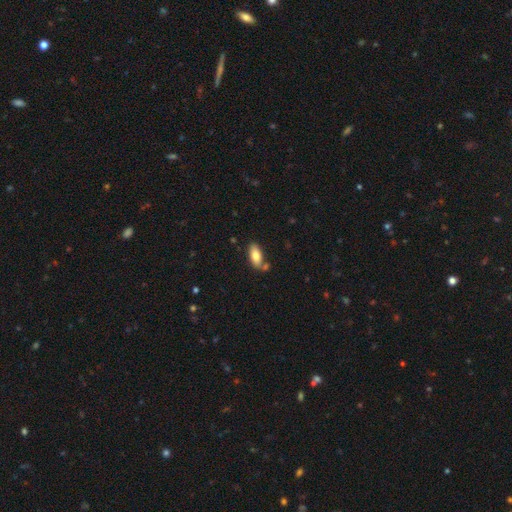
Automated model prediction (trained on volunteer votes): smooth_or_featured: smooth (p=0.78) [alt: featured or disk p=0.16]
how_rounded: in between (p=0.89) [alt: cigar-shaped p=0.09]
merging: none (p=0.69) [alt: minor disturbance p=0.15]